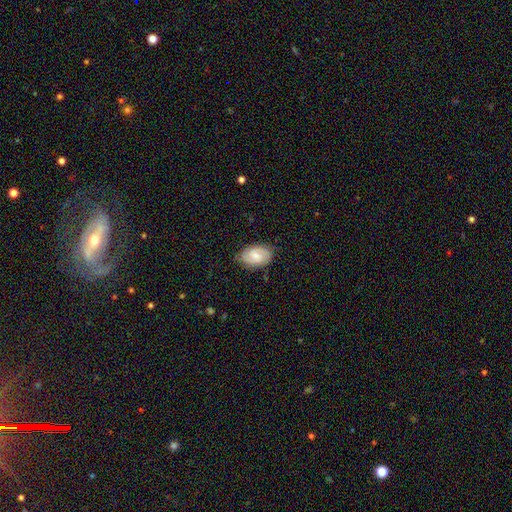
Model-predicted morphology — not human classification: smooth_or_featured: featured or disk (p=0.55) [alt: smooth p=0.38]
disk_edge_on: no (p=0.96) [alt: yes p=0.04]
bar: weak (p=0.49) [alt: no p=0.41]
has_spiral_arms: yes (p=0.89) [alt: no p=0.11]
bulge_size: small (p=0.46) [alt: moderate p=0.41]
merging: none (p=0.80) [alt: minor disturbance p=0.16]